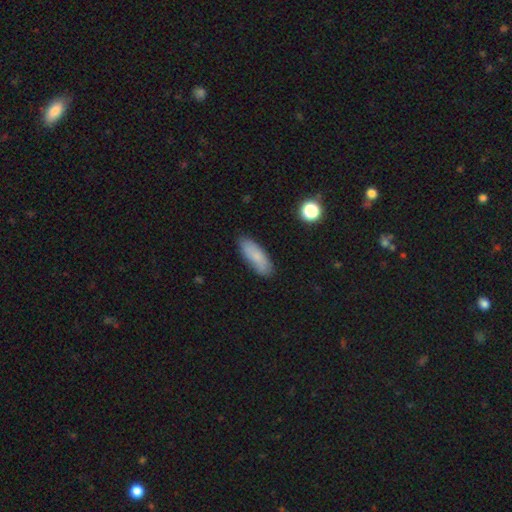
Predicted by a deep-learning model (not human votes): smooth-or-featured: smooth: 80% | featured or disk: 13% | star or artifact: 7%
  how-rounded: in between: 64% | cigar-shaped: 34% | round: 2%
  merging: none: 83% | minor disturbance: 13% | major disturbance: 2% | merger: 2%